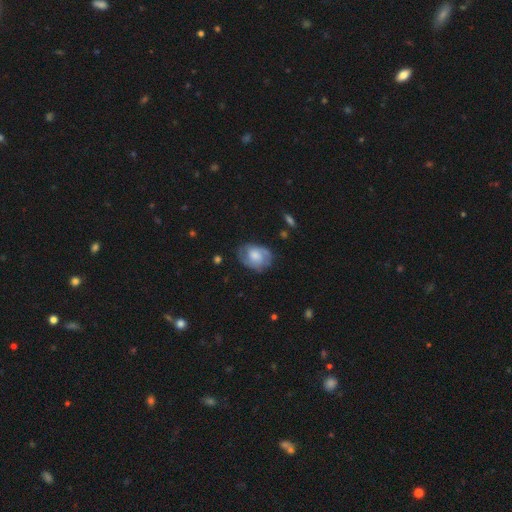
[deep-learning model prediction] Smooth or featured? Predicted: featured or disk (p=0.50). Edge-on disk? Predicted: no (p=0.96). Merging? Predicted: none (p=0.68).